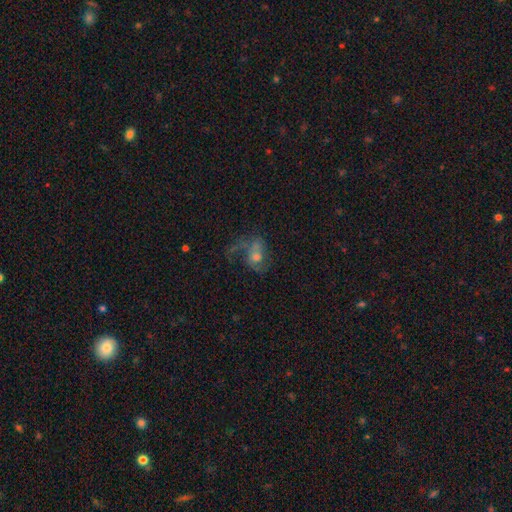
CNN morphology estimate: A featured or disk galaxy (60%) with no bar (72%), spiral arms (71%) and a moderate central bulge (54%).

Vote fractions:
- Smooth or featured? featured or disk: 60% / smooth: 25% / star or artifact: 15%
- Edge-on disk? no: 97% / yes: 3%
- Bar? no: 72% / weak: 23% / strong: 5%
- Spiral arms? yes: 71% / no: 29%
- Bulge size? moderate: 54% / small: 28% / large: 10% / none: 5% / dominant: 2%
- Merging? major disturbance: 41% / none: 33% / minor disturbance: 17% / merger: 9%